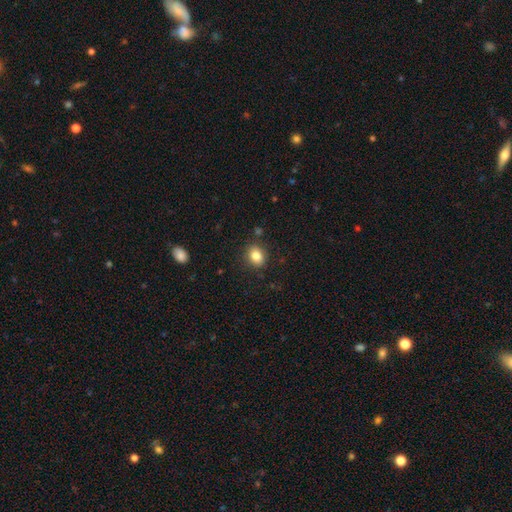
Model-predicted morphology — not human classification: A smooth galaxy with no disk features (83%) that is in between round and cigar-shaped (52%).

Vote fractions:
- Smooth or featured? smooth: 83% / star or artifact: 10% / featured or disk: 7%
- How rounded? in between: 52% / round: 47% / cigar-shaped: 1%
- Merging? none: 85% / minor disturbance: 10% / major disturbance: 3% / merger: 2%